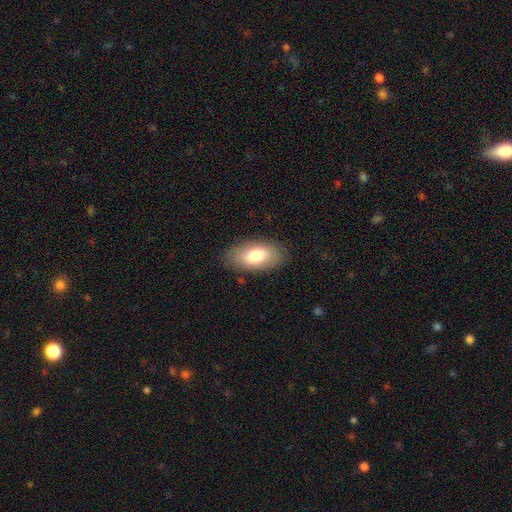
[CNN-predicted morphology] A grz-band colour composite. It shows a smooth galaxy with no disk features (77%) that is in between round and cigar-shaped (93%). Merging: none (84%).